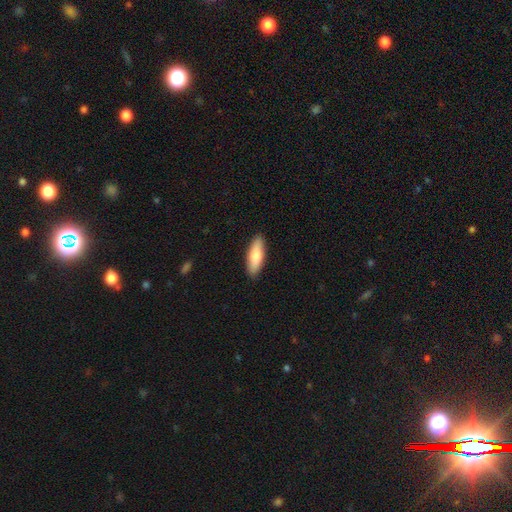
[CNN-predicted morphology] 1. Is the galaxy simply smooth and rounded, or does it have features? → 77% smooth, 18% featured or disk, 5% star or artifact.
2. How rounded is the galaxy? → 56% in between, 42% cigar-shaped, 2% round.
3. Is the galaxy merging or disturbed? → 89% none, 8% minor disturbance, 2% major disturbance, 1% merger.